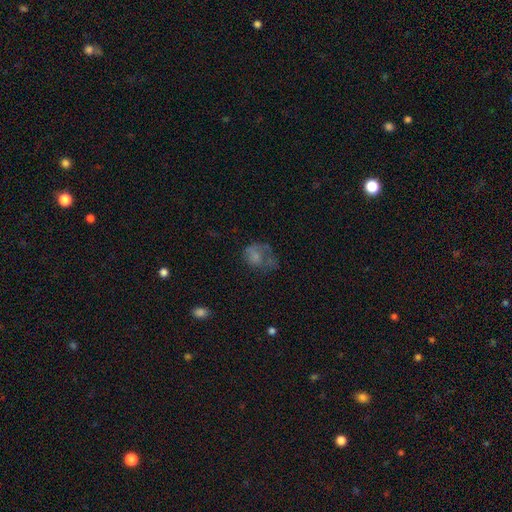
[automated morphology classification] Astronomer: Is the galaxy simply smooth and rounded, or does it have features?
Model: smooth — 55% (runner-up: featured or disk, 31%).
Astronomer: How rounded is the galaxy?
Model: in between — 52% (runner-up: round, 47%).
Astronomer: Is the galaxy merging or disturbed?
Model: major disturbance — 42% (runner-up: none, 29%).